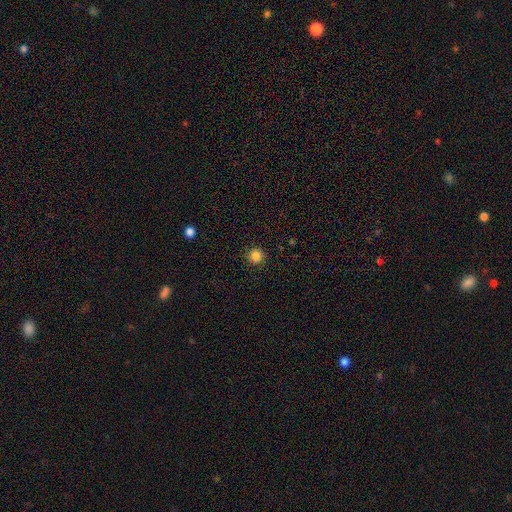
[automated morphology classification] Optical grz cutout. It shows a smooth galaxy with no disk features (84%) that is round (95%). Merging: none (90%).